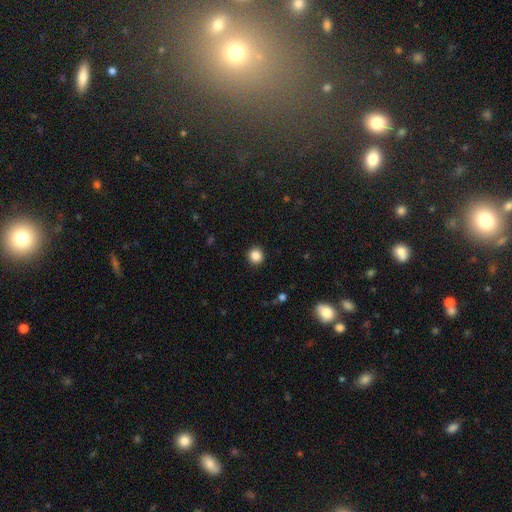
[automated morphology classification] smooth 87%, star or artifact 10%, featured or disk 3%. Down the decision tree: how rounded — round (93%); merging — none (92%).